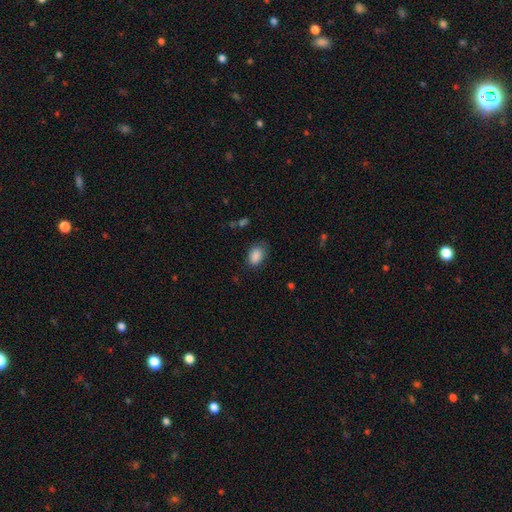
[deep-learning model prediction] Smooth or featured?
  - smooth: 88% *
  - star or artifact: 8%
  - featured or disk: 5%
How rounded?
  - in between: 86% *
  - round: 13%
  - cigar-shaped: 1%
Merging?
  - none: 73% *
  - minor disturbance: 20%
  - major disturbance: 5%
  - merger: 1%